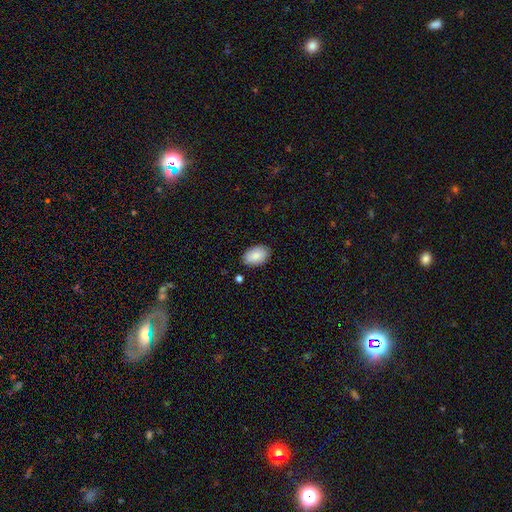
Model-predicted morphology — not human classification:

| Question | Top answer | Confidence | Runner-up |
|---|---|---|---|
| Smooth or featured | smooth | 88% | star or artifact (6%) |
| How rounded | in between | 91% | round (8%) |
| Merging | none | 85% | minor disturbance (11%) |